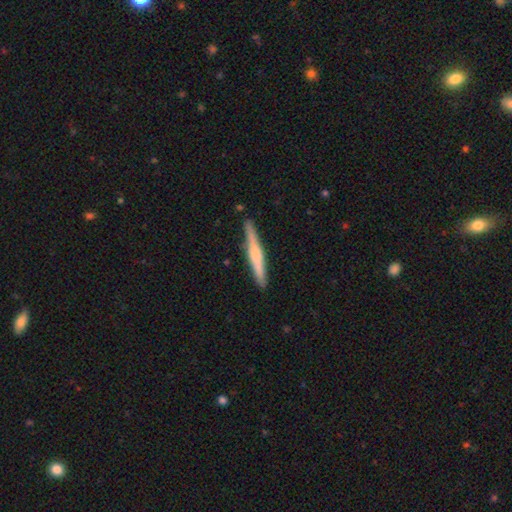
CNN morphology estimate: Q: Smooth or featured?
A: featured or disk (51%); runner-up: smooth (44%)
Q: Edge-on disk?
A: yes (97%); runner-up: no (3%)
Q: Merging?
A: none (87%); runner-up: minor disturbance (10%)